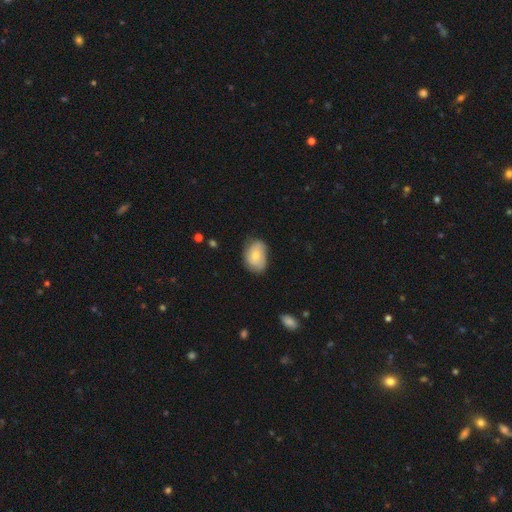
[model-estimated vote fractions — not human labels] The model was most divided on "merging": none: 59%, minor disturbance: 32%, major disturbance: 7%, merger: 2%. More confident: how rounded — in between (80%); smooth or featured — smooth (76%).